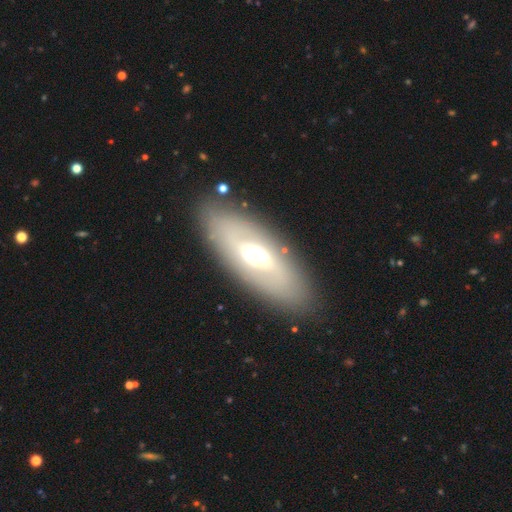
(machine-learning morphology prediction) A featured or disk galaxy (55%). Merging: none (85%).